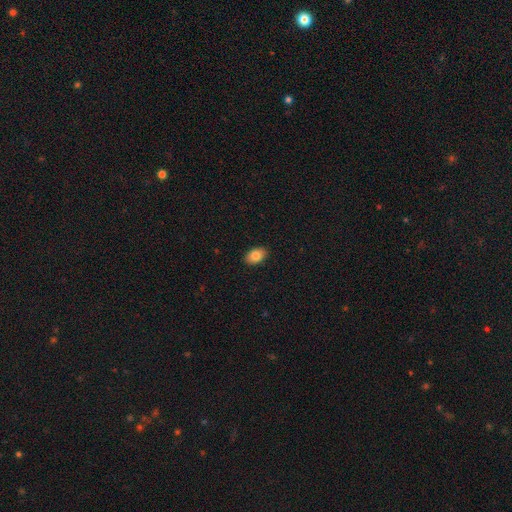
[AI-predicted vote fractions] A smooth galaxy with no disk features (84%) that is in between round and cigar-shaped (88%).

Vote fractions:
- Smooth or featured? smooth: 84% / featured or disk: 8% / star or artifact: 8%
- How rounded? in between: 88% / round: 11% / cigar-shaped: 1%
- Merging? none: 90% / minor disturbance: 7% / major disturbance: 2% / merger: 1%